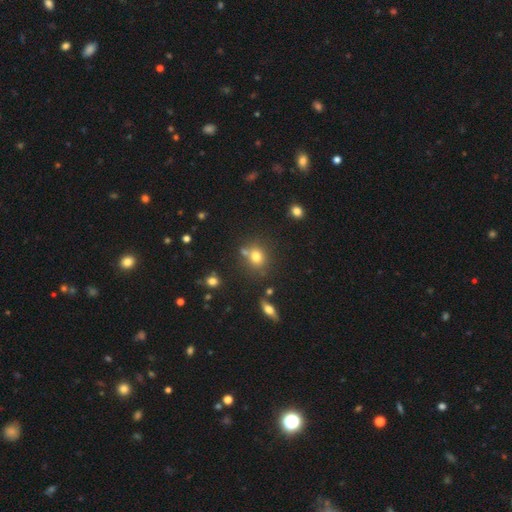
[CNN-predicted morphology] Smooth or featured? Predicted: smooth (p=0.75). How rounded? Predicted: round (p=0.73). Merging? Predicted: none (p=0.66).